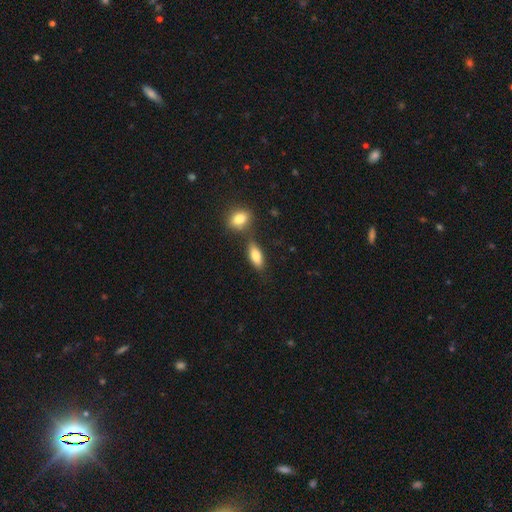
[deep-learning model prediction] Overall: smooth (81%). How rounded: in between (81%). Merging: none (65%).